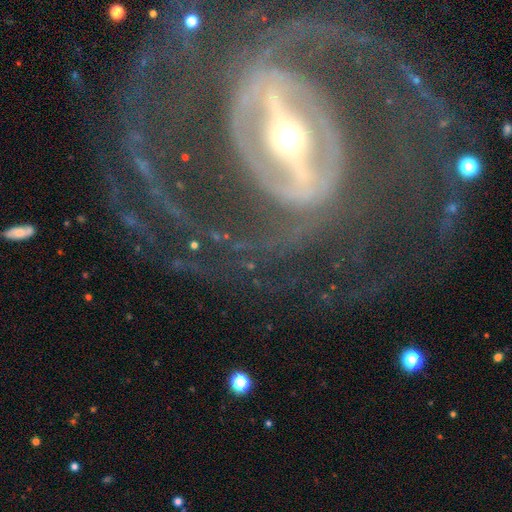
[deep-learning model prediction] Morphology: type=featured or disk (92%); edge-on=no (95%); bar=strong (81%); spiral arms=yes (93%); winding=tight (44%); arm count=2 (50%); bulge=moderate (45%); merging=none (67%).